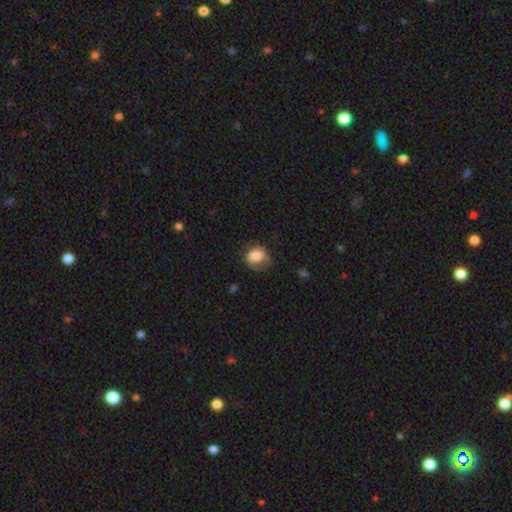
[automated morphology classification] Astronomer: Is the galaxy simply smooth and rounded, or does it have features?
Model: smooth — 80%.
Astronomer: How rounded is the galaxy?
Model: round — 55% (runner-up: in between, 44%).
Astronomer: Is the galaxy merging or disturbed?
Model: none — 45% (runner-up: minor disturbance, 33%).